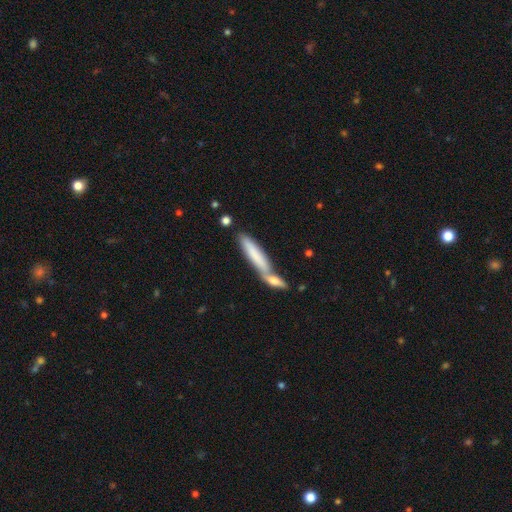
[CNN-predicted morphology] Smooth or featured? Predicted: smooth (p=0.71). How rounded? Predicted: cigar-shaped (p=0.84). Merging? Predicted: merger (p=0.45).